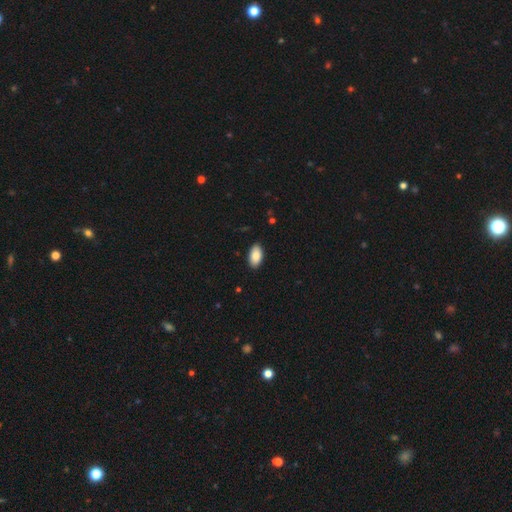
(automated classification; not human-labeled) A smooth galaxy with no disk features (85%) that is in between round and cigar-shaped (95%).

Vote fractions:
- Smooth or featured? smooth: 85% / featured or disk: 8% / star or artifact: 6%
- How rounded? in between: 95% / round: 3% / cigar-shaped: 2%
- Merging? none: 89% / minor disturbance: 8% / major disturbance: 2% / merger: 1%